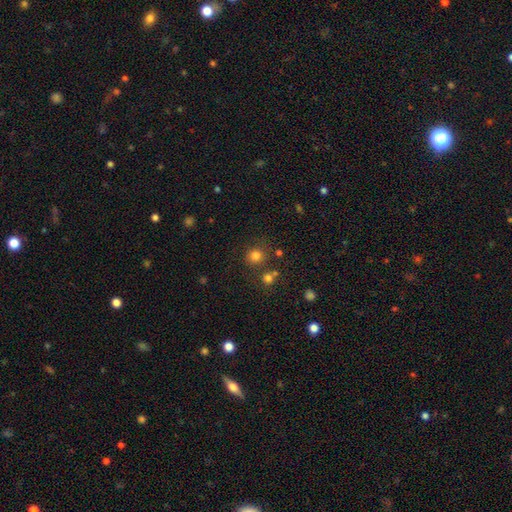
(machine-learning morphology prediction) Smooth or featured: smooth — 78% (star or artifact — 16%)
How rounded: round — 88% (in between — 11%)
Merging: none — 75% (merger — 11%)